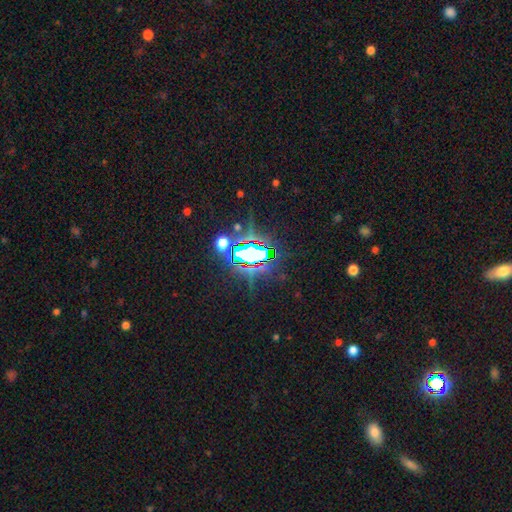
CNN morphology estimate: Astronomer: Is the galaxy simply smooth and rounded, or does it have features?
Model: star or artifact — 79%.